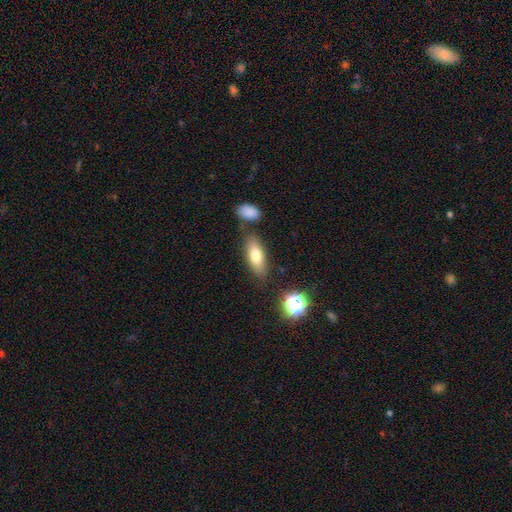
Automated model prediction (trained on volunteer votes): Overall: smooth (75%). How rounded: in between (72%). Merging: none (77%).